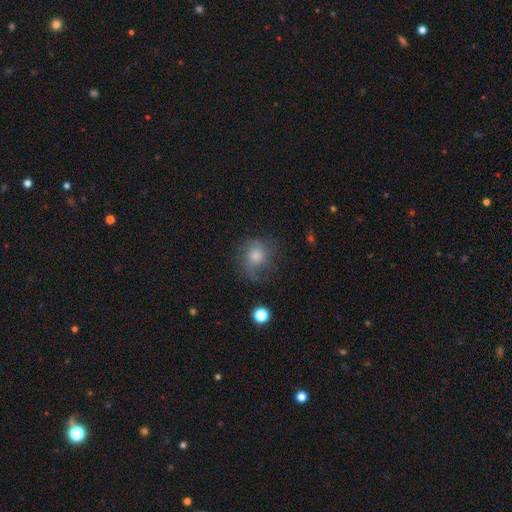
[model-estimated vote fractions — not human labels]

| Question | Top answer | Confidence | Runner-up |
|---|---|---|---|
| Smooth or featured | smooth | 60% | featured or disk (27%) |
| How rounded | round | 71% | in between (28%) |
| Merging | none | 55% | minor disturbance (26%) |